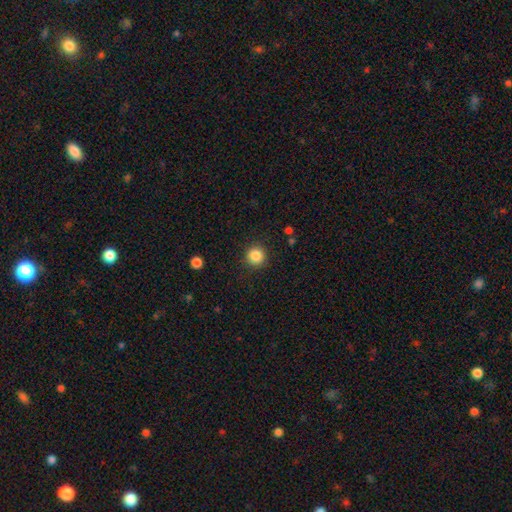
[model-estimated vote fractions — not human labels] smooth_or_featured: smooth (p=0.86) [alt: star or artifact p=0.10]
how_rounded: round (p=0.95) [alt: in between p=0.04]
merging: none (p=0.91) [alt: minor disturbance p=0.06]